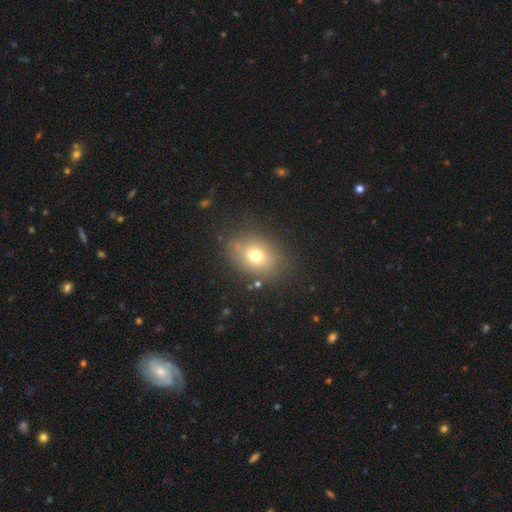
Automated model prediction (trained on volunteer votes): Q: Smooth or featured?
A: smooth (72%); runner-up: star or artifact (14%)
Q: How rounded?
A: in between (57%); runner-up: round (42%)
Q: Merging?
A: none (80%); runner-up: minor disturbance (12%)